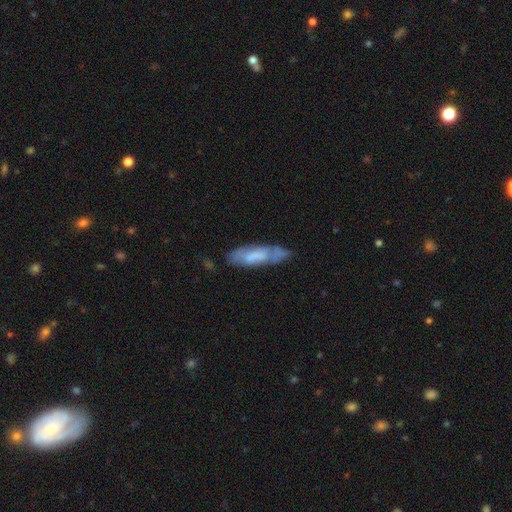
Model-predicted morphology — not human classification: This is possibly a smooth galaxy (49%). Merging: likely none (62%).